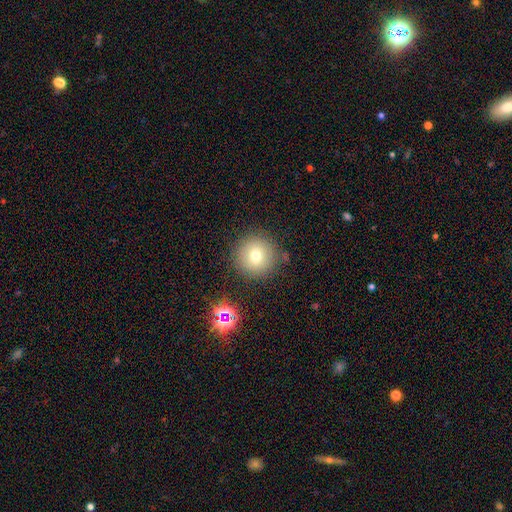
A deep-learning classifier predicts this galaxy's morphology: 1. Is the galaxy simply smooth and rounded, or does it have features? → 73% smooth, 14% star or artifact, 13% featured or disk.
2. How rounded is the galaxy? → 95% round, 4% in between, 1% cigar-shaped.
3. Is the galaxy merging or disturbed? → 84% none, 9% minor disturbance, 4% merger, 3% major disturbance.